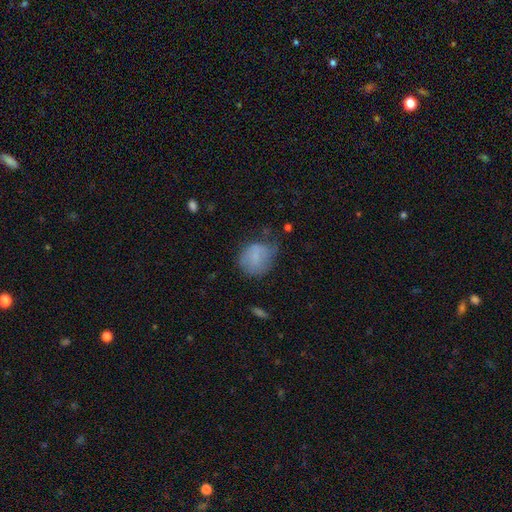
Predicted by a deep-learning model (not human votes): A smooth galaxy with no disk features (73%) that is round (60%).

Vote fractions:
- Smooth or featured? smooth: 73% / featured or disk: 18% / star or artifact: 9%
- How rounded? round: 60% / in between: 39% / cigar-shaped: 1%
- Merging? none: 42% / minor disturbance: 37% / major disturbance: 19% / merger: 3%